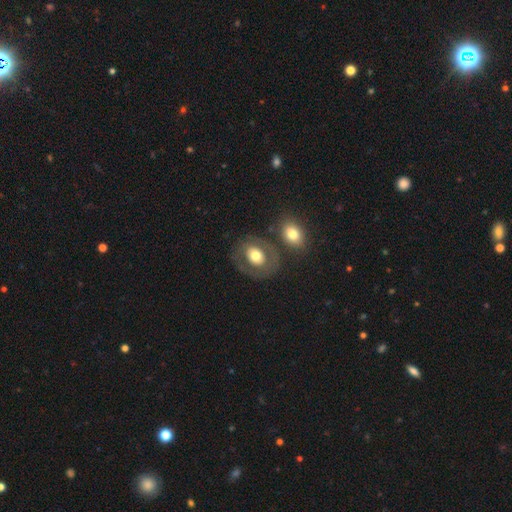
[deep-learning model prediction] This is possibly a smooth galaxy (56%). How rounded: possibly in between (57%). Merging: likely none (69%).